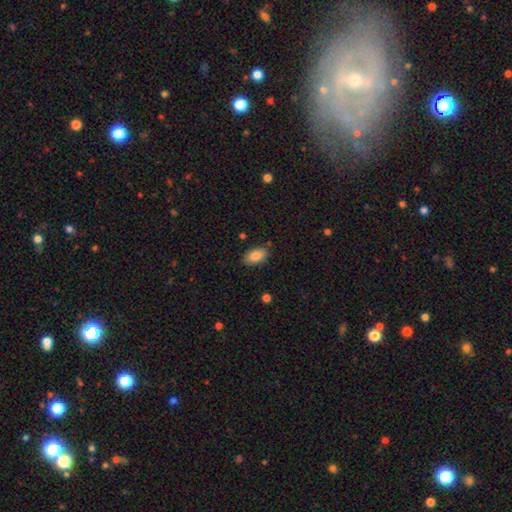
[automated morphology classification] smooth-or-featured: smooth: 86% | star or artifact: 7% | featured or disk: 6%
  how-rounded: in between: 92% | round: 5% | cigar-shaped: 2%
  merging: none: 84% | minor disturbance: 11% | major disturbance: 3% | merger: 2%